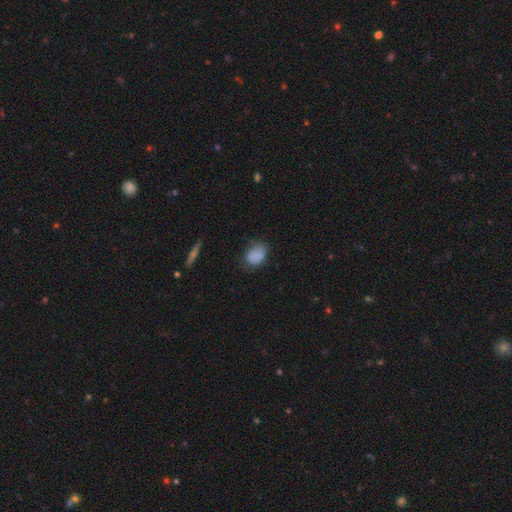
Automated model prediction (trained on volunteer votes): Morphology: type=smooth (81%); roundness=in between (69%); merging=none (53%).